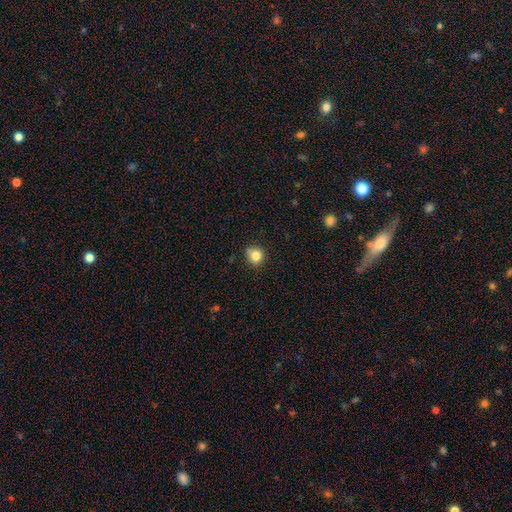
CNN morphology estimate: This is clearly a smooth galaxy (83%). How rounded: clearly round (87%). Merging: likely none (78%).